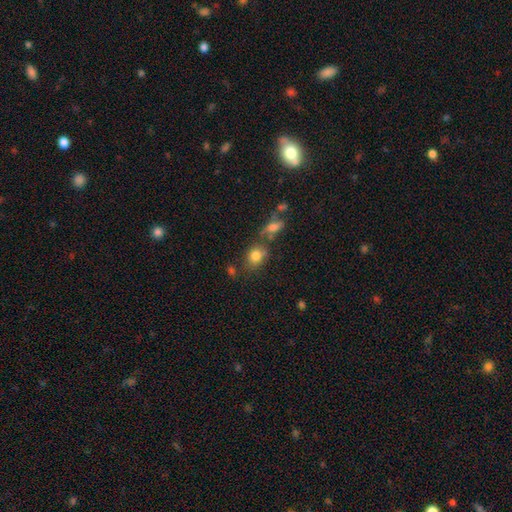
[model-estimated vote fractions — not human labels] Smooth or featured? Predicted: smooth (p=0.79). How rounded? Predicted: in between (p=0.53). Merging? Predicted: none (p=0.56).